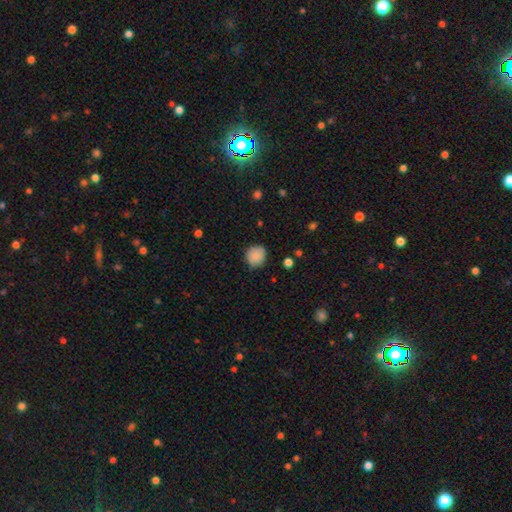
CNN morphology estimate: type=smooth (85%); roundness=round (84%); merging=none (76%).